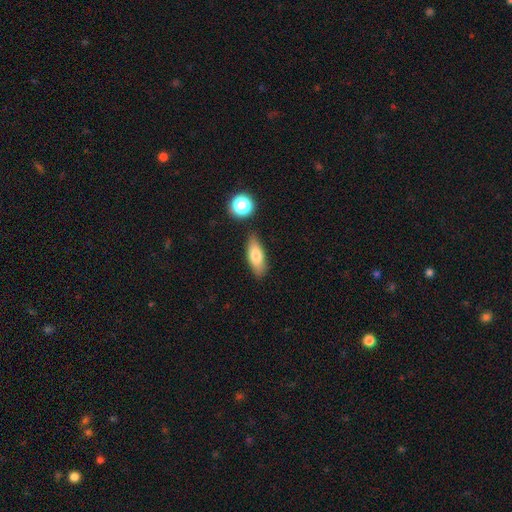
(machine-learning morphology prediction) This appears to be a smooth galaxy with no disk features (76%) that is in between round and cigar-shaped (72%). Merging: none (81%).